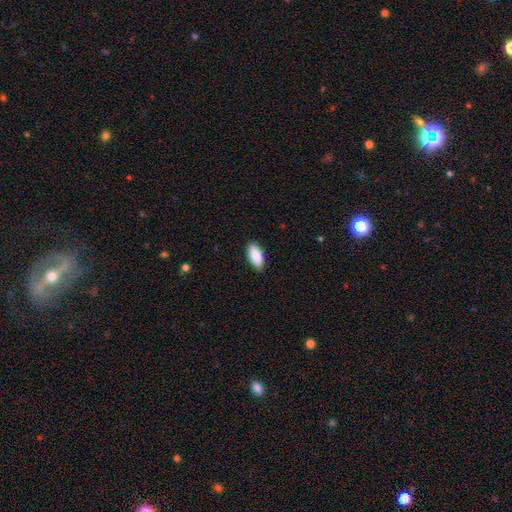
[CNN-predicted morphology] A smooth galaxy with no disk features (91%) that is in between round and cigar-shaped (91%). Merging: none (90%).